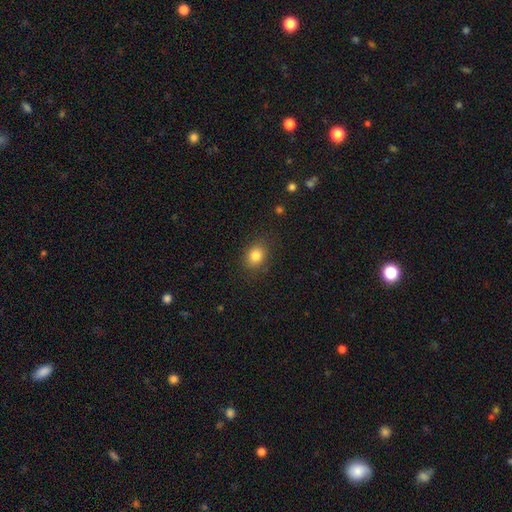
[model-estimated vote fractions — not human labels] Q: Smooth or featured?
A: smooth (83%); runner-up: star or artifact (10%)
Q: How rounded?
A: in between (51%); runner-up: round (48%)
Q: Merging?
A: none (84%); runner-up: minor disturbance (12%)